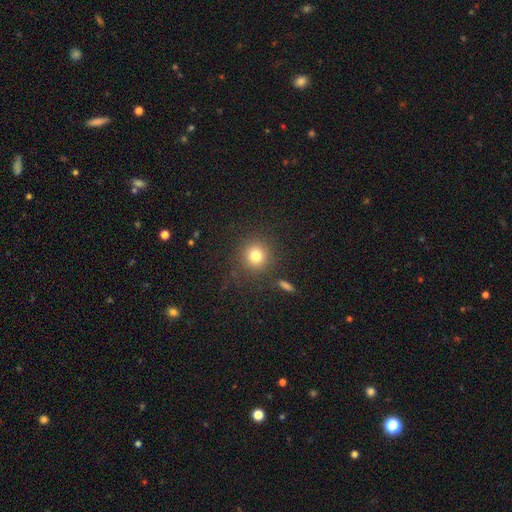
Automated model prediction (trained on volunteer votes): smooth_or_featured: smooth (p=0.79) [alt: star or artifact p=0.13]
how_rounded: round (p=0.91) [alt: in between p=0.08]
merging: none (p=0.85) [alt: minor disturbance p=0.08]